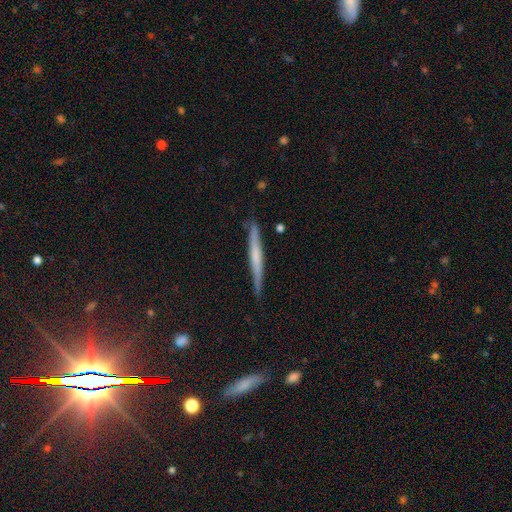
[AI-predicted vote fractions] featured or disk 51%, smooth 43%, star or artifact 6%. Down the decision tree: edge-on disk — yes (97%); merging — none (86%).